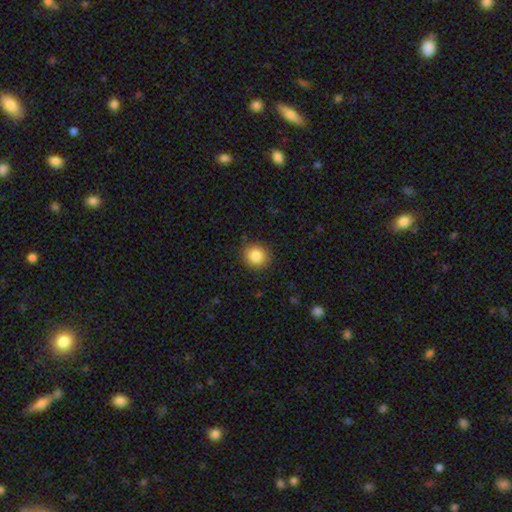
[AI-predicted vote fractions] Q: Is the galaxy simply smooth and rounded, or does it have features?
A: smooth — 86%.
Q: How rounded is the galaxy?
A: round — 83%.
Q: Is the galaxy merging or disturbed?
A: none — 89%.